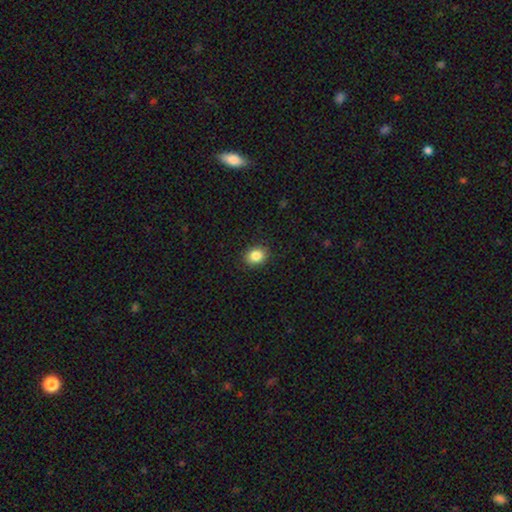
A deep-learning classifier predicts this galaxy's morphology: Q: Smooth or featured?
A: smooth (85%); runner-up: star or artifact (9%)
Q: How rounded?
A: round (51%); runner-up: in between (48%)
Q: Merging?
A: none (89%); runner-up: minor disturbance (8%)